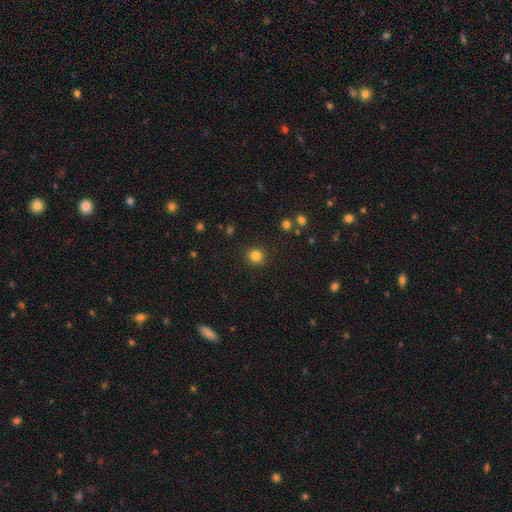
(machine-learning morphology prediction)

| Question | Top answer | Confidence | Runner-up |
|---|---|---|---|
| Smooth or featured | smooth | 83% | star or artifact (12%) |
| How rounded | round | 90% | in between (10%) |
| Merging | none | 91% | minor disturbance (6%) |